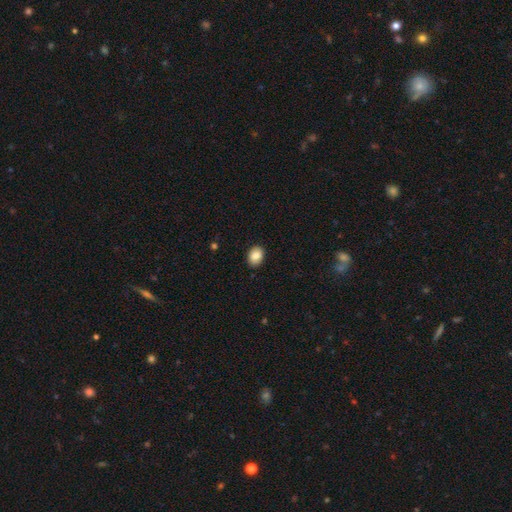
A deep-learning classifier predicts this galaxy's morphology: smooth_or_featured: smooth (p=0.86) [alt: star or artifact p=0.08]
how_rounded: in between (p=0.70) [alt: round p=0.29]
merging: none (p=0.89) [alt: minor disturbance p=0.08]